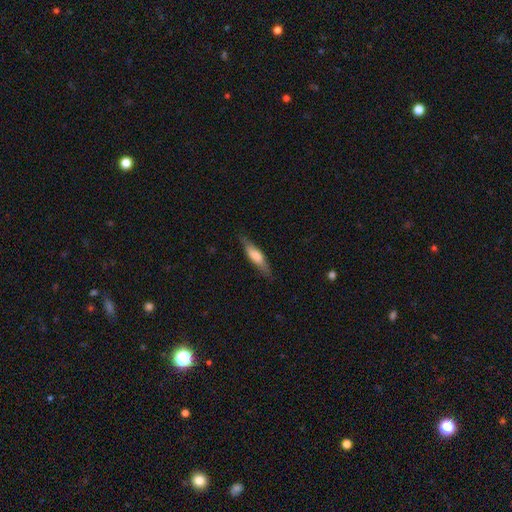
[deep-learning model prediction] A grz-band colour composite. It shows a smooth galaxy with no disk features (61%) that is cigar-shaped (73%). Merging: none (82%).